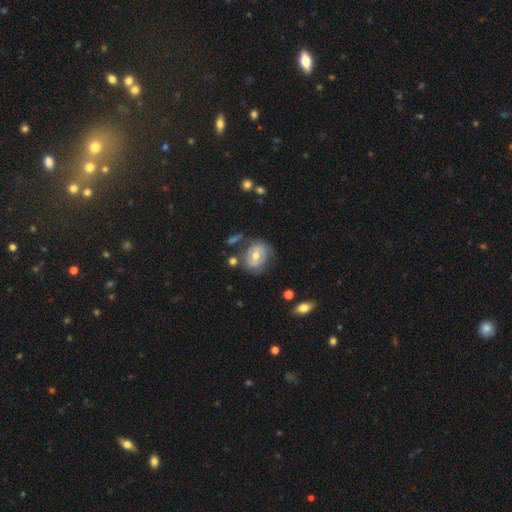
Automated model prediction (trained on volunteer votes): Smooth or featured: featured or disk — 53% (smooth — 40%)
Edge-on disk: no — 95% (yes — 5%)
Bar: no — 58% (weak — 30%)
Spiral arms: yes — 60% (no — 40%)
Bulge size: moderate — 72% (small — 22%)
Merging: none — 59% (minor disturbance — 23%)